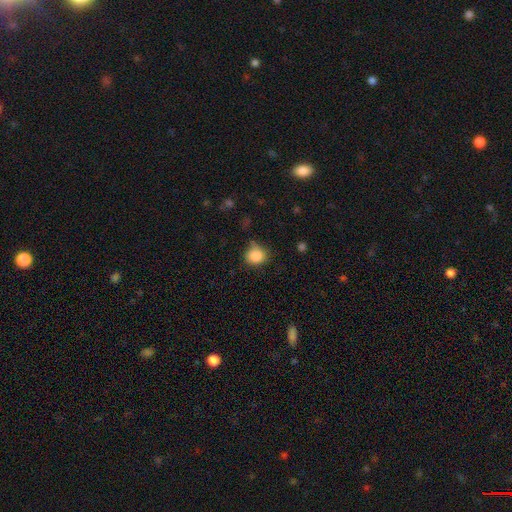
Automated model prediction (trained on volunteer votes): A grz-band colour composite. It shows a smooth galaxy with no disk features (85%) that is round (76%). Merging: none (62%).